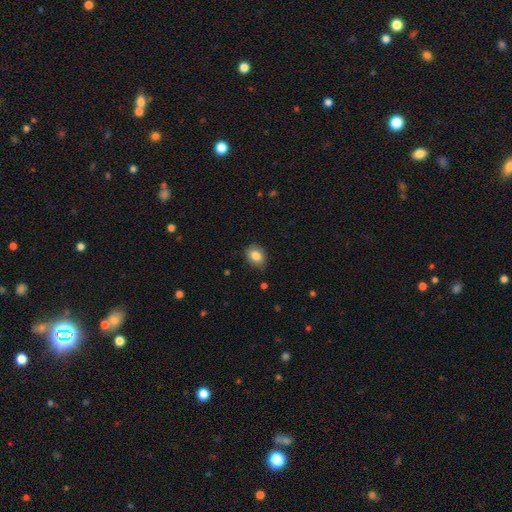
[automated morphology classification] This appears to be a smooth galaxy with no disk features (84%) that is in between round and cigar-shaped (61%). Merging: none (79%).